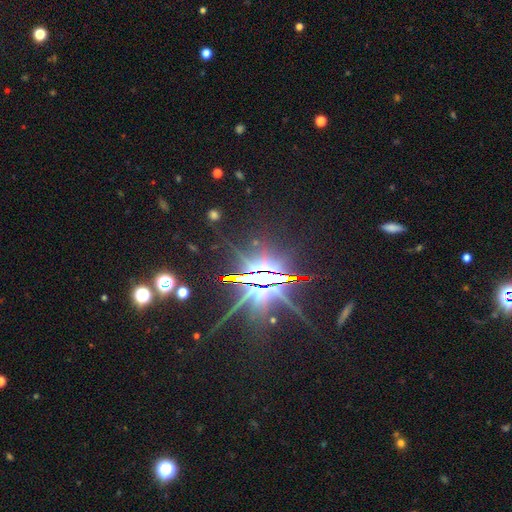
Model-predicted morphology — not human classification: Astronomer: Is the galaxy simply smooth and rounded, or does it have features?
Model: star or artifact — 85%.